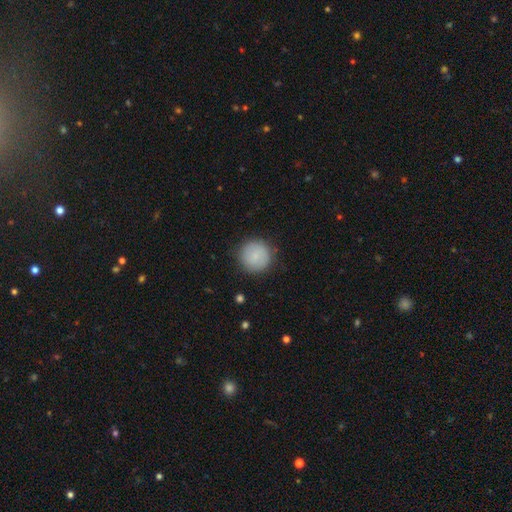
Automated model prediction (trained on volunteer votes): Smooth or featured?
  - smooth: 85% *
  - featured or disk: 9%
  - star or artifact: 7%
How rounded?
  - round: 95% *
  - in between: 4%
  - cigar-shaped: 1%
Merging?
  - none: 88% *
  - minor disturbance: 8%
  - major disturbance: 3%
  - merger: 1%